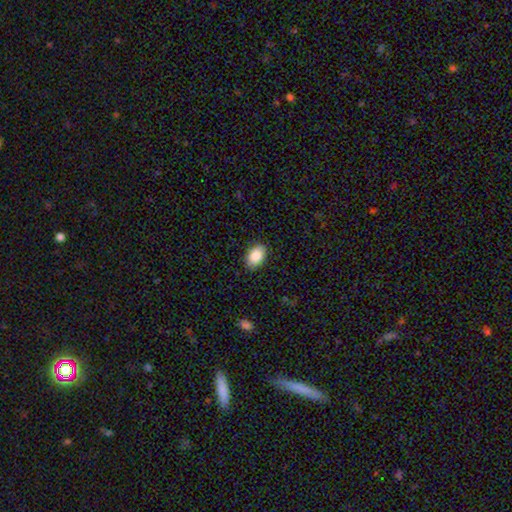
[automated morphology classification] smooth 88%, star or artifact 7%, featured or disk 5%. Down the decision tree: how rounded — in between (87%); merging — none (88%).